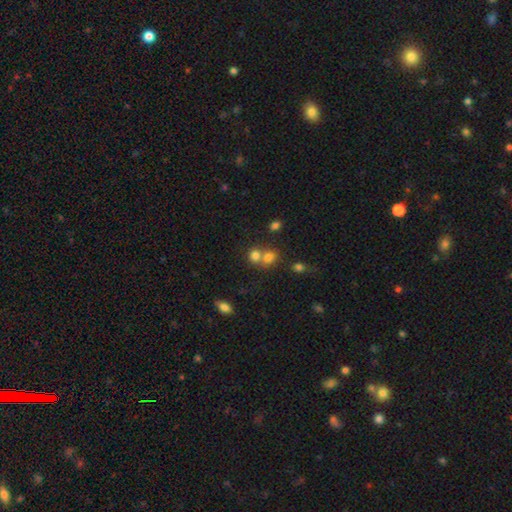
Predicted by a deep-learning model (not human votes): Overall: smooth (76%). How rounded: round (71%). Merging: merger (50%; none 40%).